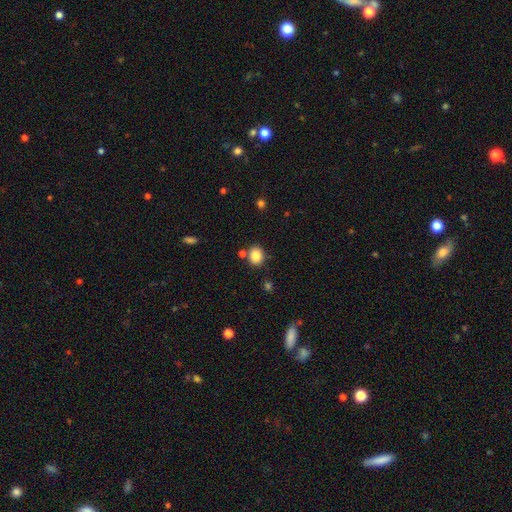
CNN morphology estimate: smooth 85%, star or artifact 10%, featured or disk 5%. Down the decision tree: how rounded — round (55%); merging — none (76%).